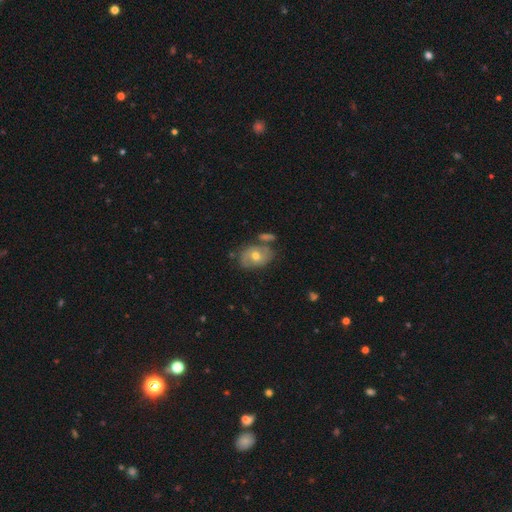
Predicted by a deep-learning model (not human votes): smooth_or_featured: featured or disk (p=0.54) [alt: smooth p=0.38]
disk_edge_on: no (p=0.95) [alt: yes p=0.05]
bar: no (p=0.73) [alt: weak p=0.23]
has_spiral_arms: yes (p=0.70) [alt: no p=0.30]
bulge_size: moderate (p=0.74) [alt: small p=0.19]
merging: none (p=0.58) [alt: minor disturbance p=0.21]